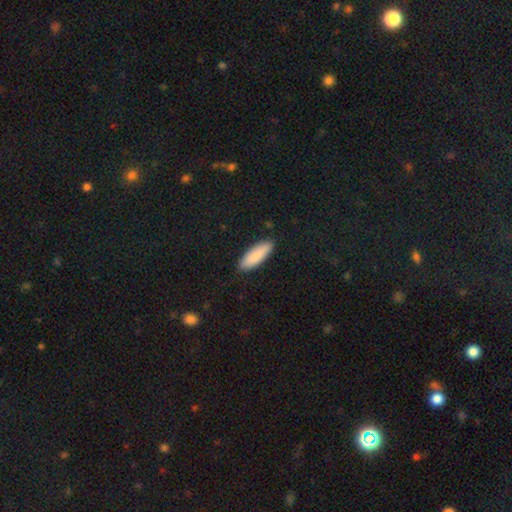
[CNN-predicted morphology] Overall: smooth (88%). How rounded: in between (58%; cigar-shaped 41%). Merging: none (88%).